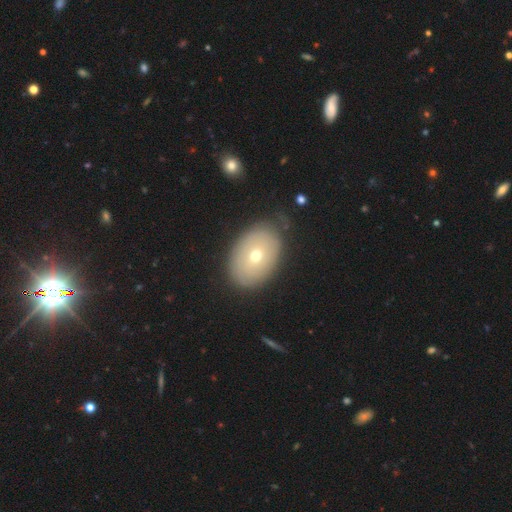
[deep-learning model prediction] Smooth or featured: smooth — 60% (featured or disk — 31%)
How rounded: in between — 80% (round — 19%)
Merging: none — 79% (minor disturbance — 14%)